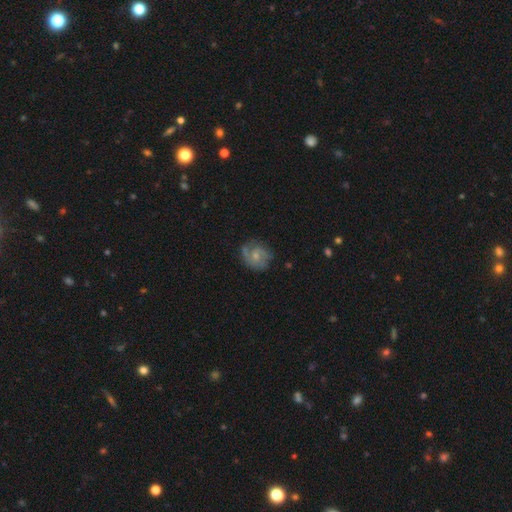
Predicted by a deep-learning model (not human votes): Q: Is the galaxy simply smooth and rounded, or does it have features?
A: featured or disk — 59%.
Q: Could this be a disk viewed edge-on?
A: no — 97%.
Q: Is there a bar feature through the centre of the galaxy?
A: no — 70%.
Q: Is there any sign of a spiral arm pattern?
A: yes — 81%.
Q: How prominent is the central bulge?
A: small — 54%.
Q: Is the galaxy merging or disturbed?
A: none — 65%.